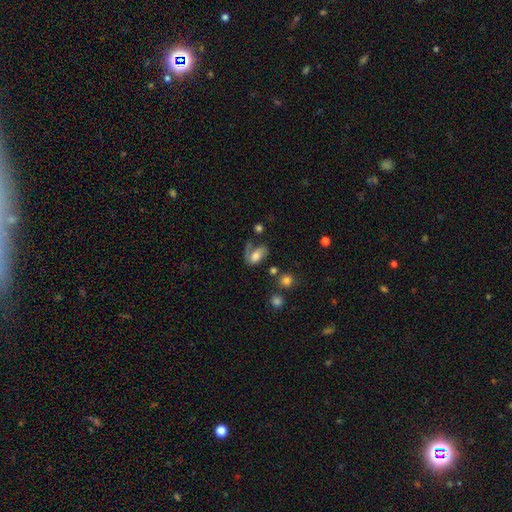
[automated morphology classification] smooth_or_featured: smooth (p=0.55) [alt: featured or disk p=0.36]
how_rounded: in between (p=0.88) [alt: round p=0.09]
merging: none (p=0.37) [alt: major disturbance p=0.27]